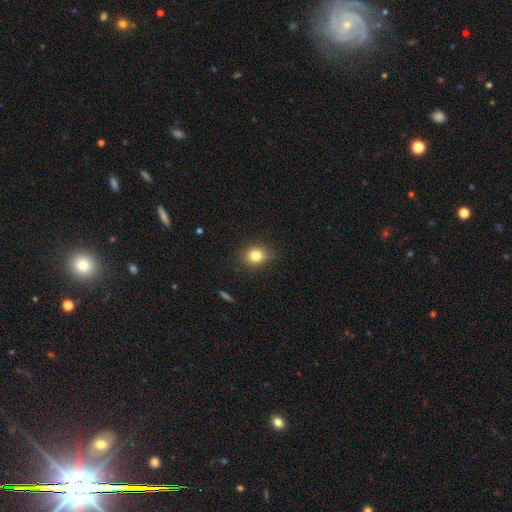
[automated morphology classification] Q: Smooth or featured?
A: smooth (81%); runner-up: star or artifact (11%)
Q: How rounded?
A: round (66%); runner-up: in between (33%)
Q: Merging?
A: none (83%); runner-up: minor disturbance (13%)